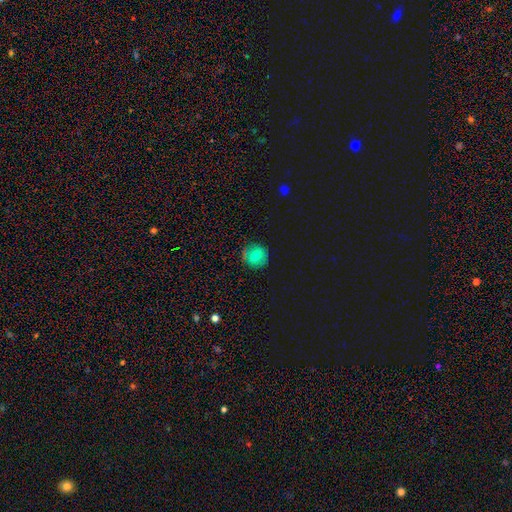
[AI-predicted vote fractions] Smooth or featured? smooth (70%)
How rounded? round (91%)
Merging? none (79%)